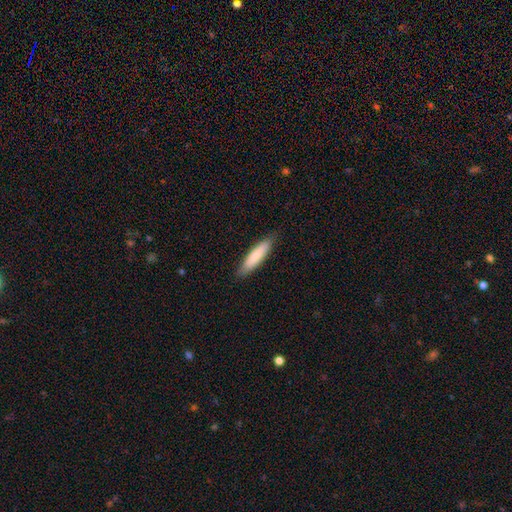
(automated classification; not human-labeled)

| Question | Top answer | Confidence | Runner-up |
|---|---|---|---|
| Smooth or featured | smooth | 81% | featured or disk (14%) |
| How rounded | cigar-shaped | 76% | in between (22%) |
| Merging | none | 85% | minor disturbance (12%) |